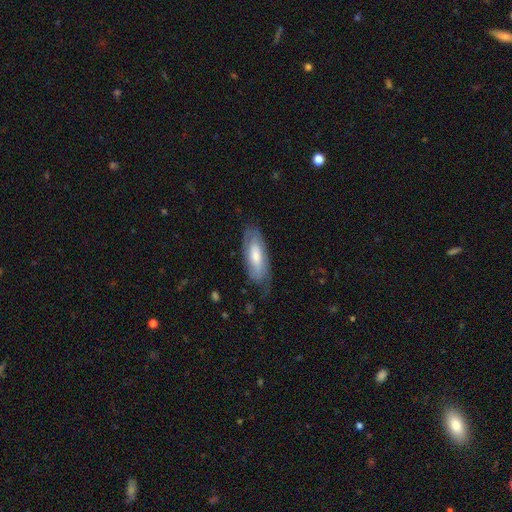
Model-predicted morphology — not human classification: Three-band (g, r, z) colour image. It shows a smooth galaxy with no disk features (53%) that is in between round and cigar-shaped (73%). Merging: none (63%).